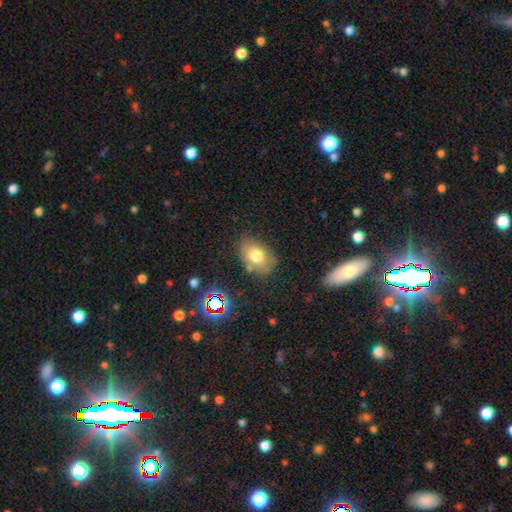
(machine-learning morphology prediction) A smooth galaxy with no disk features (72%) that is in between round and cigar-shaped (84%).

Vote fractions:
- Smooth or featured? smooth: 72% / featured or disk: 16% / star or artifact: 12%
- How rounded? in between: 84% / round: 15% / cigar-shaped: 1%
- Merging? none: 70% / minor disturbance: 19% / major disturbance: 6% / merger: 5%